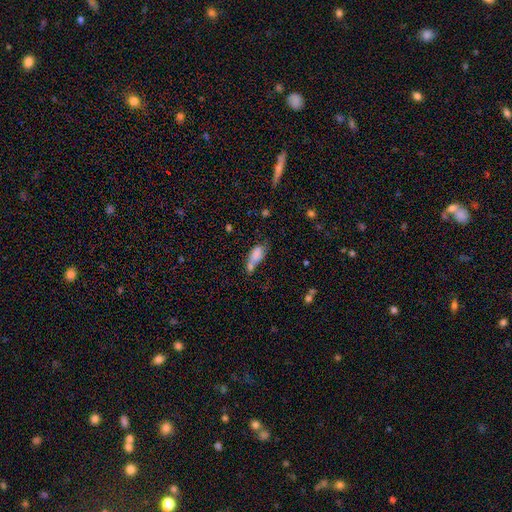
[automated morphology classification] smooth 74%, featured or disk 15%, star or artifact 11%. Down the decision tree: how rounded — in between (77%); merging — merger (36%).